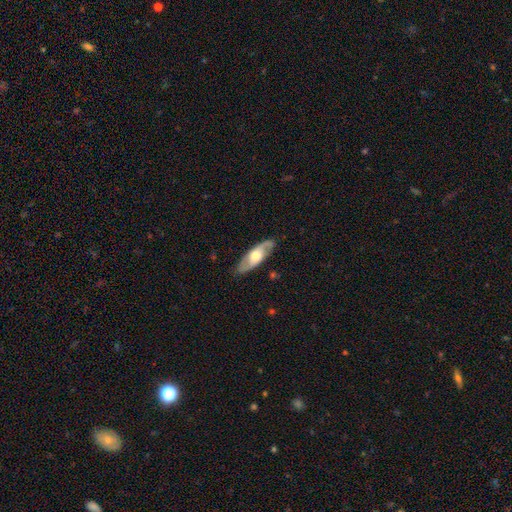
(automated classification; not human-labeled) This appears to be a featured or disk galaxy (59%). Merging: none (85%).